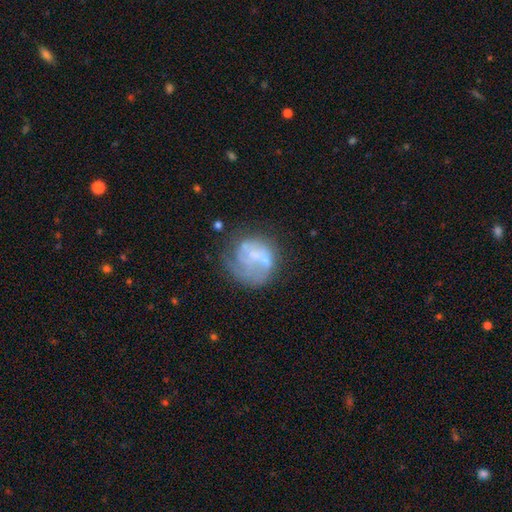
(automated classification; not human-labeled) This is possibly a featured or disk galaxy (58%). It is clearly not viewed edge-on (98%). Bar: likely no (71%). Spiral arm pattern: possibly yes (54%). Central bulge: possibly none (53%). Merging: possibly none (46%).